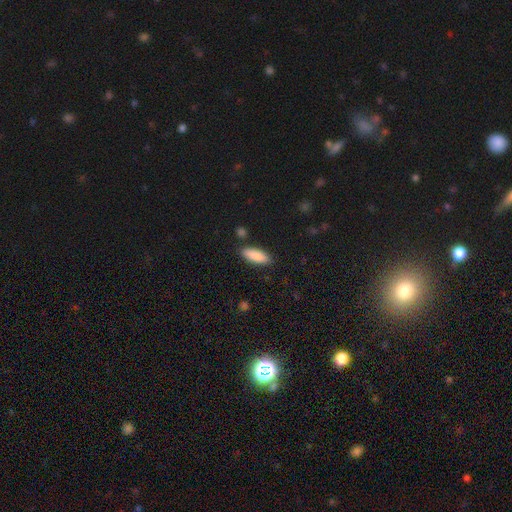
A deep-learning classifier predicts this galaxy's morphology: A smooth galaxy with no disk features (88%) that is in between round and cigar-shaped (64%).

Vote fractions:
- Smooth or featured? smooth: 88% / featured or disk: 6% / star or artifact: 6%
- How rounded? in between: 64% / cigar-shaped: 34% / round: 2%
- Merging? none: 86% / minor disturbance: 9% / merger: 3% / major disturbance: 2%